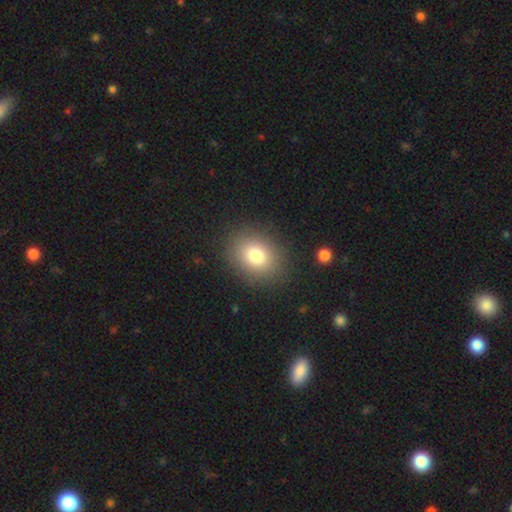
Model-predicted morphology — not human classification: Q: Smooth or featured?
A: smooth (78%); runner-up: star or artifact (12%)
Q: How rounded?
A: in between (50%); runner-up: round (49%)
Q: Merging?
A: none (86%); runner-up: minor disturbance (9%)